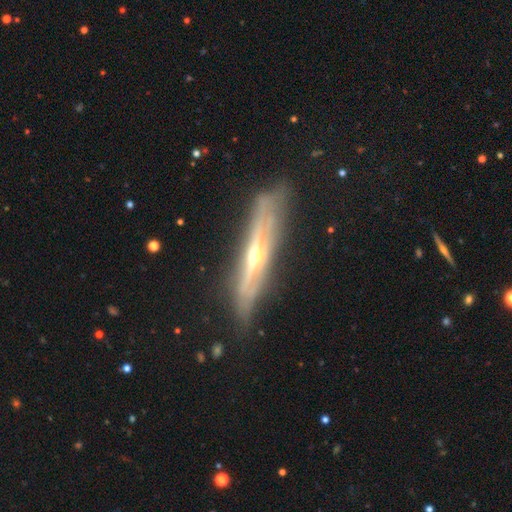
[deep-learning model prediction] Q: Smooth or featured?
A: featured or disk (79%); runner-up: smooth (15%)
Q: Edge-on disk?
A: yes (82%); runner-up: no (18%)
Q: Edge-on bulge?
A: rounded (80%); runner-up: none (16%)
Q: Merging?
A: none (75%); runner-up: minor disturbance (18%)